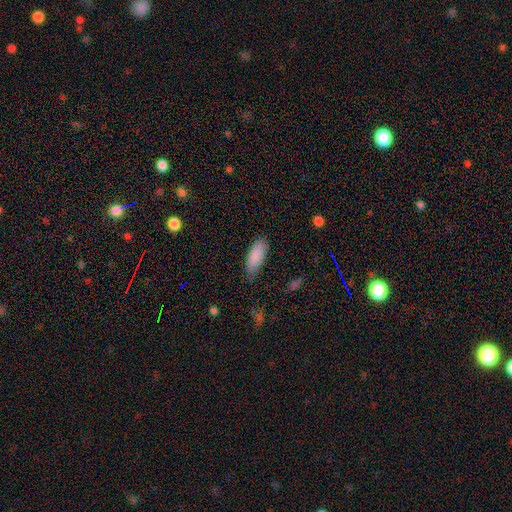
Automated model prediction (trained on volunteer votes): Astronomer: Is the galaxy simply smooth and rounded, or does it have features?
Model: smooth — 88%.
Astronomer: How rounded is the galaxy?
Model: in between — 78%.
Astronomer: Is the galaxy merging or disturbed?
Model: none — 80%.